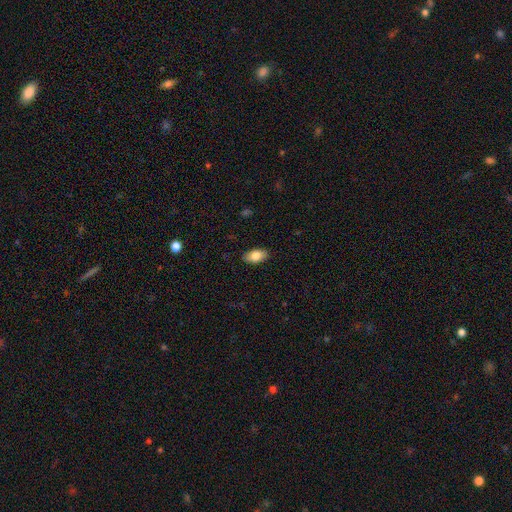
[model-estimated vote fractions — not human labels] Q: Smooth or featured?
A: smooth (83%); runner-up: featured or disk (10%)
Q: How rounded?
A: in between (93%); runner-up: round (4%)
Q: Merging?
A: none (89%); runner-up: minor disturbance (8%)